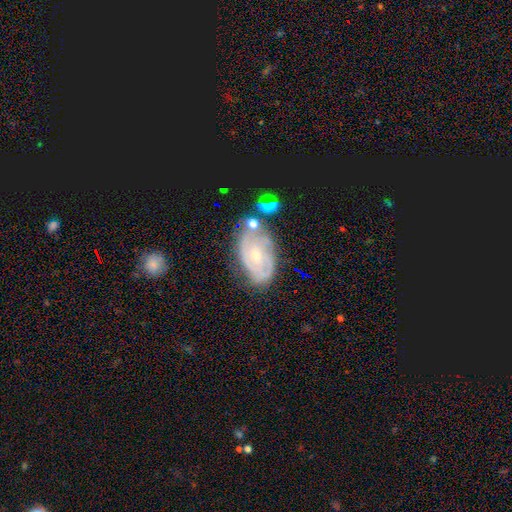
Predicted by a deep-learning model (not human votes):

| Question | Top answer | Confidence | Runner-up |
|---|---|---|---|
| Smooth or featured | featured or disk | 78% | smooth (15%) |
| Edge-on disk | no | 96% | yes (4%) |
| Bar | no | 65% | weak (29%) |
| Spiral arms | yes | 90% | no (10%) |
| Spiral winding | tight | 65% | medium (27%) |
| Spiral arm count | can't tell | 36% | 2 (35%) |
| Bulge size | small | 55% | moderate (40%) |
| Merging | none | 63% | minor disturbance (22%) |